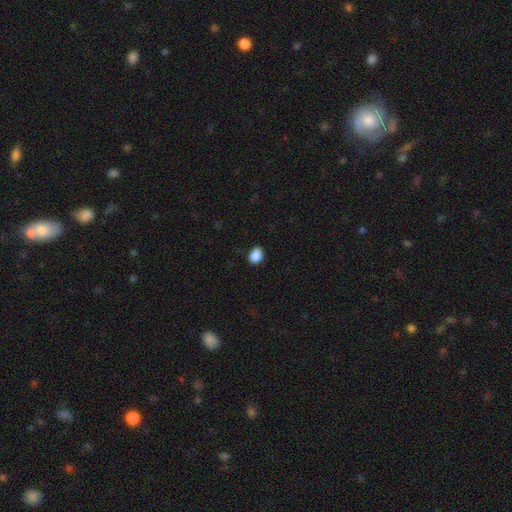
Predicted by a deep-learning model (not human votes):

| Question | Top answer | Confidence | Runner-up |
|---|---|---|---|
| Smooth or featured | smooth | 88% | star or artifact (9%) |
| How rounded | in between | 65% | round (34%) |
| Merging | none | 79% | minor disturbance (17%) |